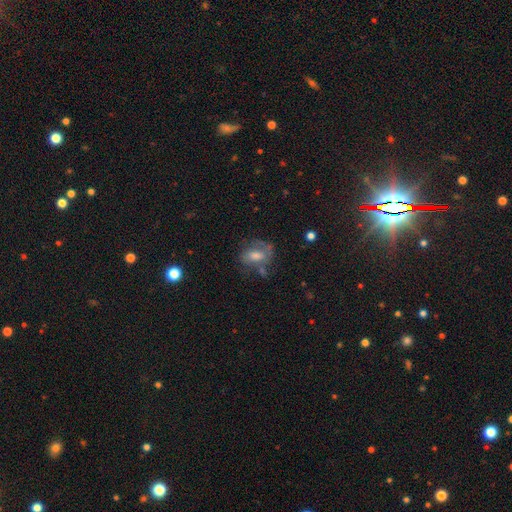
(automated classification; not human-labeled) featured or disk 47%, smooth 41%, star or artifact 12%. Down the decision tree: merging — none (50%).